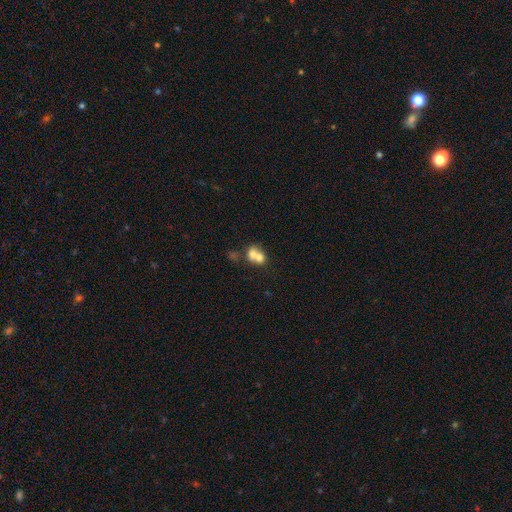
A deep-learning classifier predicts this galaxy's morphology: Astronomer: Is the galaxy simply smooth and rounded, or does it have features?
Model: smooth — 66%.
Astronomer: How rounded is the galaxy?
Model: round — 60% (runner-up: in between, 39%).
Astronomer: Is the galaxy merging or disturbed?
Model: merger — 71%.